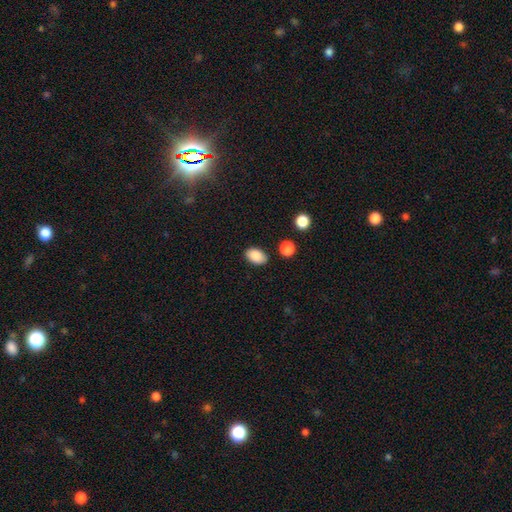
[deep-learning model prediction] smooth-or-featured: smooth: 88% | star or artifact: 8% | featured or disk: 4%
  how-rounded: in between: 89% | round: 9% | cigar-shaped: 1%
  merging: none: 84% | minor disturbance: 11% | major disturbance: 3% | merger: 2%